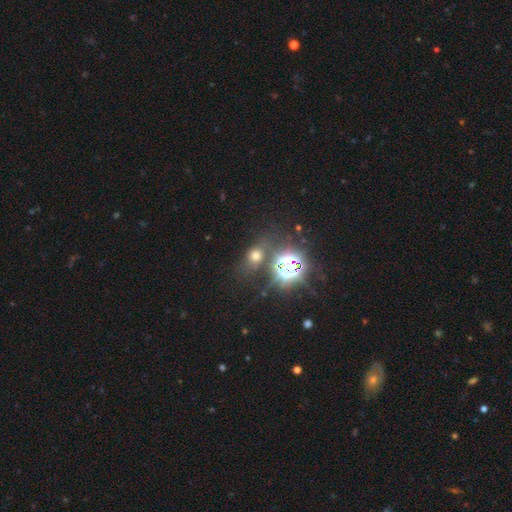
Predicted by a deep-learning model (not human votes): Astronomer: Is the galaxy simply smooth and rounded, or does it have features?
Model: smooth — 46% (runner-up: star or artifact, 43%).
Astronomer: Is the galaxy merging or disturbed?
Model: none — 72%.